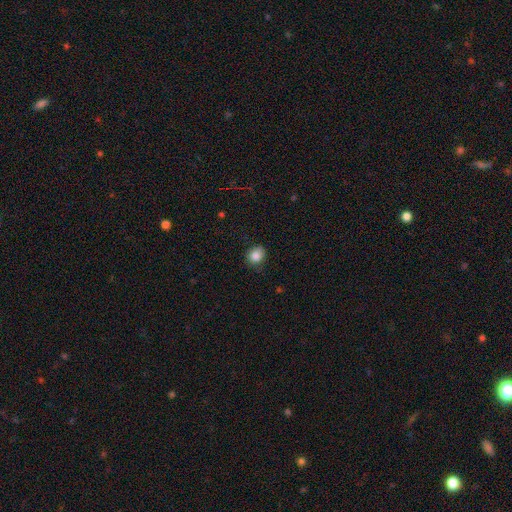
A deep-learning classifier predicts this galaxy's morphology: Smooth or featured: smooth — 85% (star or artifact — 10%)
How rounded: round — 70% (in between — 29%)
Merging: none — 75% (minor disturbance — 20%)